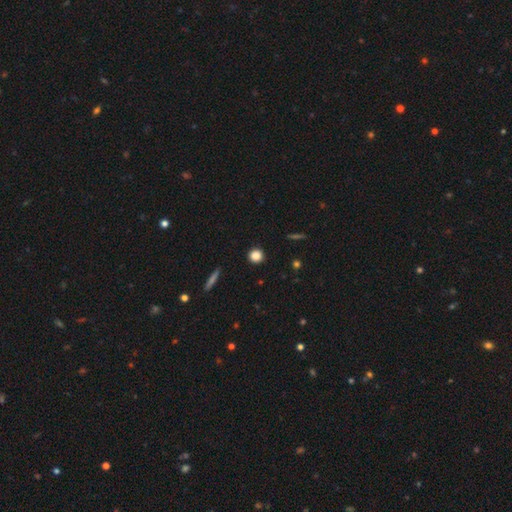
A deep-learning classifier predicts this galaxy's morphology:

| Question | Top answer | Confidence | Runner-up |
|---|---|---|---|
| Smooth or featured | smooth | 85% | star or artifact (10%) |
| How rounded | round | 92% | in between (7%) |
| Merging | none | 91% | minor disturbance (6%) |